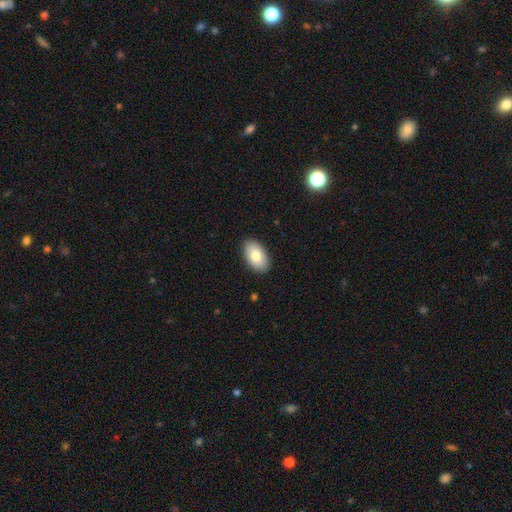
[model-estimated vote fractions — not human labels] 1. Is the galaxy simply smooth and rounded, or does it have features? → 80% smooth, 13% featured or disk, 6% star or artifact.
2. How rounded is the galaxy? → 94% in between, 5% round, 1% cigar-shaped.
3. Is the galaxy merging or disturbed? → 89% none, 8% minor disturbance, 2% major disturbance, 1% merger.